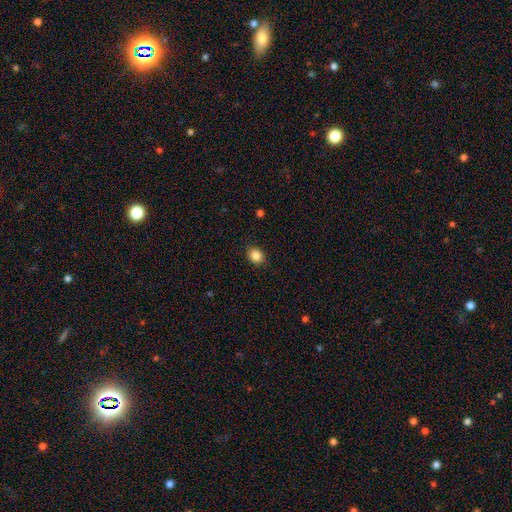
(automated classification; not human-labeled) The model was most divided on "how rounded": round: 64%, in between: 35%, cigar-shaped: 1%. More confident: merging — none (90%); smooth or featured — smooth (86%).